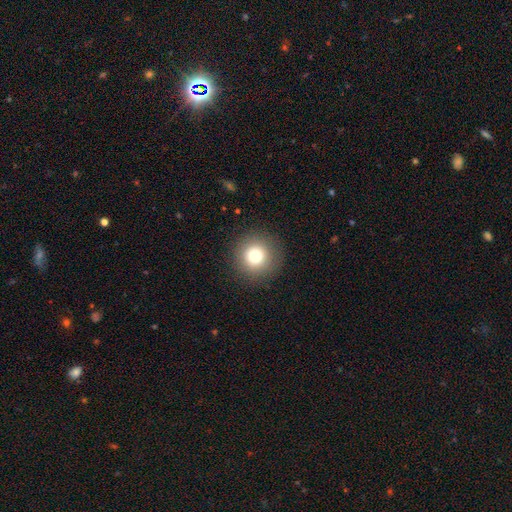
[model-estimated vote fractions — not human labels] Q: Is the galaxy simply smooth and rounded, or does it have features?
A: smooth — 77%.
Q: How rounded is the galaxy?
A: round — 95%.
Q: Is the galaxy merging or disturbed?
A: none — 91%.